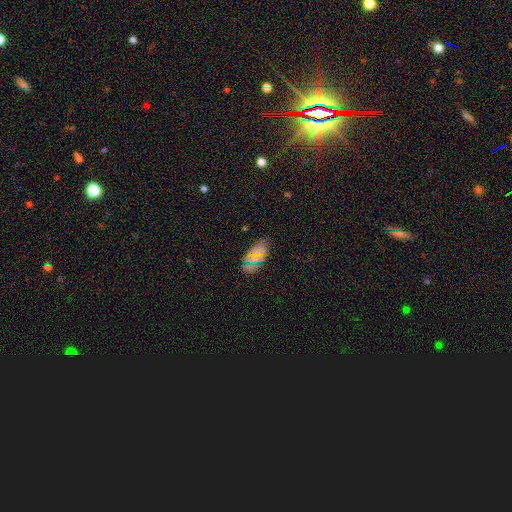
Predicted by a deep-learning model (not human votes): Morphology: type=star or artifact (41%).